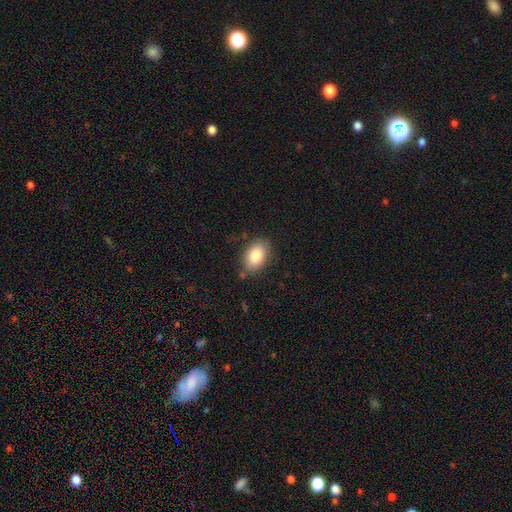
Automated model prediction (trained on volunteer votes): This is clearly a smooth galaxy (85%). How rounded: clearly in between (87%). Merging: clearly none (80%).